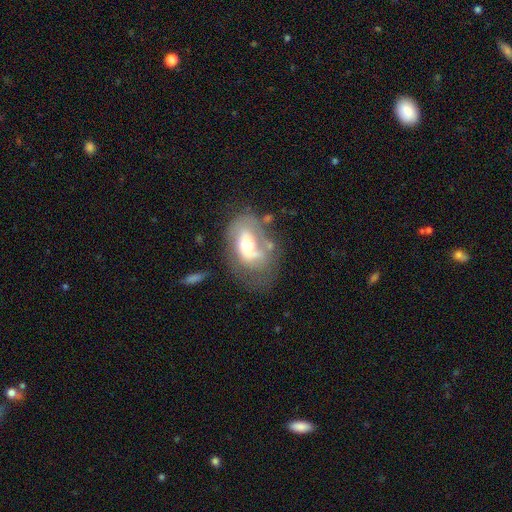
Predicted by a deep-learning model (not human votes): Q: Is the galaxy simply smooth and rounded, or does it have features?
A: featured or disk — 62%.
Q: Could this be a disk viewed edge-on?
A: no — 94%.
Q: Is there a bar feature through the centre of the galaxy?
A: no — 55%.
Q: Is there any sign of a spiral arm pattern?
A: yes — 56%.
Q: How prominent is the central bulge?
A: moderate — 68%.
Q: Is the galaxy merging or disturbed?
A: none — 41%.